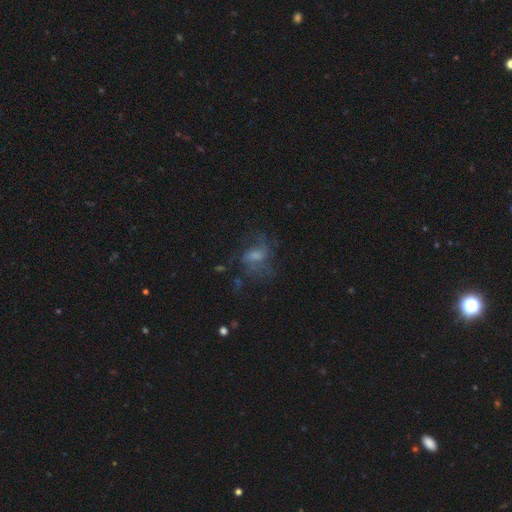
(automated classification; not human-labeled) smooth_or_featured: featured or disk (p=0.54) [alt: smooth p=0.30]
disk_edge_on: no (p=0.96) [alt: yes p=0.04]
bar: no (p=0.51) [alt: weak p=0.40]
has_spiral_arms: yes (p=0.70) [alt: no p=0.30]
bulge_size: moderate (p=0.34) [alt: small p=0.26]
merging: none (p=0.49) [alt: major disturbance p=0.29]